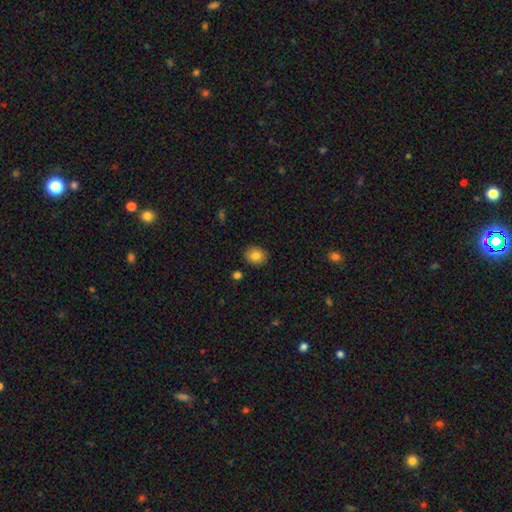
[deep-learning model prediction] This appears to be a smooth galaxy with no disk features (82%) that is round (65%). Merging: none (88%).